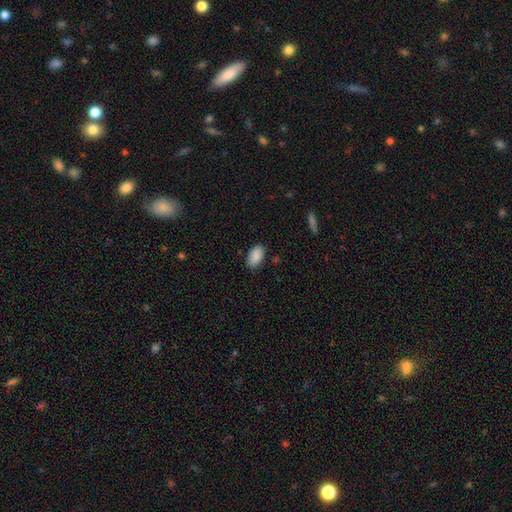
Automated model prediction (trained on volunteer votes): Smooth or featured? smooth (89%)
How rounded? in between (94%)
Merging? none (85%)